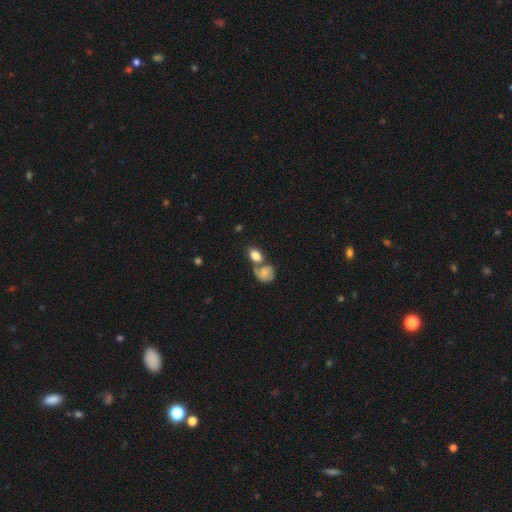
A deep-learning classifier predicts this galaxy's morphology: smooth_or_featured: smooth (p=0.76) [alt: featured or disk p=0.16]
how_rounded: in between (p=0.75) [alt: round p=0.23]
merging: merger (p=0.45) [alt: none p=0.39]